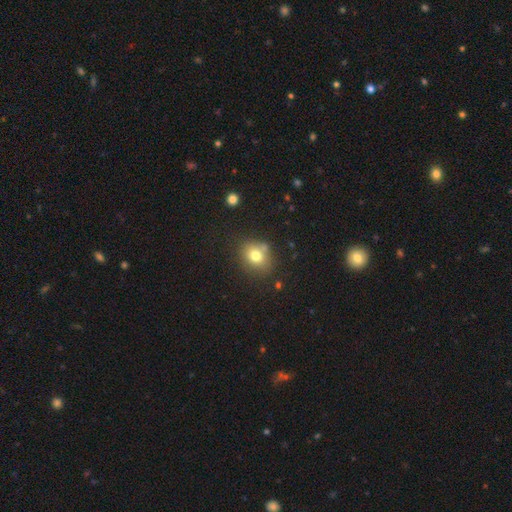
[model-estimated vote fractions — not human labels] A smooth galaxy with no disk features (76%) that is round (58%).

Vote fractions:
- Smooth or featured? smooth: 76% / star or artifact: 13% / featured or disk: 11%
- How rounded? round: 58% / in between: 41% / cigar-shaped: 1%
- Merging? none: 73% / minor disturbance: 15% / merger: 8% / major disturbance: 4%